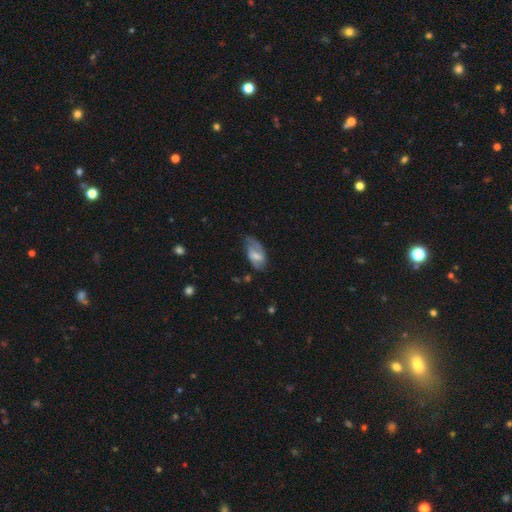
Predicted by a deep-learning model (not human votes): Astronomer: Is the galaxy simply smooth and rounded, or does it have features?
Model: featured or disk — 58% (runner-up: smooth, 35%).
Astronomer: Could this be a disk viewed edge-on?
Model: no — 94%.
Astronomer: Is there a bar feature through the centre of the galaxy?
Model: weak — 50% (runner-up: strong, 28%).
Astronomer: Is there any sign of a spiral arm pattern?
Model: yes — 80%.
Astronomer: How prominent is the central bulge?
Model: moderate — 41% (runner-up: small, 37%).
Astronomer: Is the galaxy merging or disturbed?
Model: none — 54% (runner-up: minor disturbance, 29%).